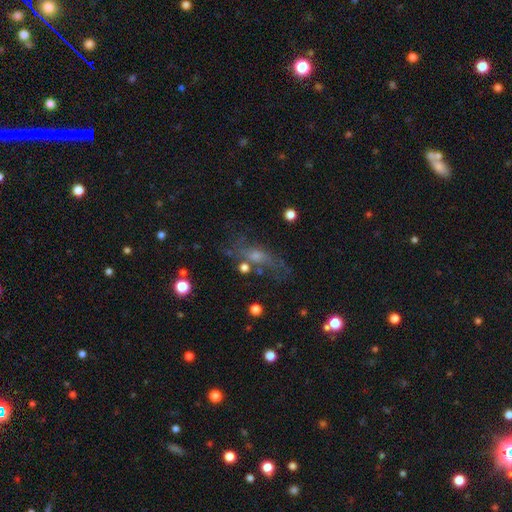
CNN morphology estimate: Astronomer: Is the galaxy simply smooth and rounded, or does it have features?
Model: featured or disk — 46% (runner-up: smooth, 35%).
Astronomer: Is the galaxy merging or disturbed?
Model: none — 54%.